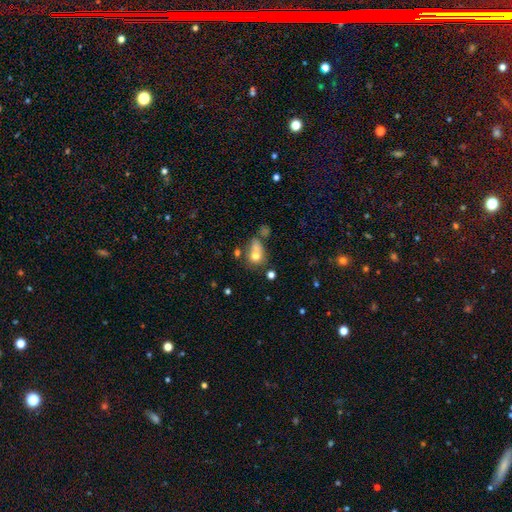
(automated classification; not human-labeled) This is likely a smooth galaxy (72%). How rounded: likely round (61%). Merging: marginally none (37%).